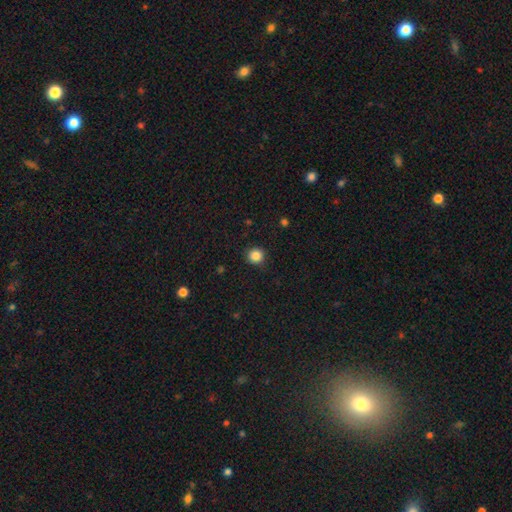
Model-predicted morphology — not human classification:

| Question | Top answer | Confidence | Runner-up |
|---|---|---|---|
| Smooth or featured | smooth | 86% | star or artifact (11%) |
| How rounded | round | 93% | in between (6%) |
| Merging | none | 91% | minor disturbance (6%) |